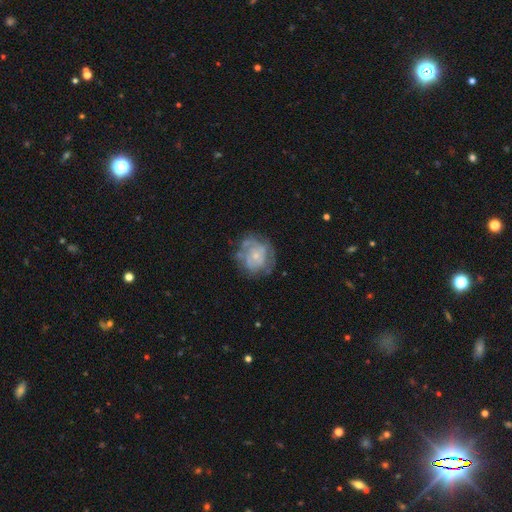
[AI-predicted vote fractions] A featured or disk galaxy (68%) with no bar (81%), spiral arms (63%) and a small central bulge (68%).

Vote fractions:
- Smooth or featured? featured or disk: 68% / smooth: 24% / star or artifact: 8%
- Edge-on disk? no: 98% / yes: 2%
- Bar? no: 81% / weak: 16% / strong: 3%
- Spiral arms? yes: 63% / no: 37%
- Bulge size? small: 68% / moderate: 23% / none: 7% / large: 2% / dominant: 1%
- Merging? none: 60% / minor disturbance: 22% / major disturbance: 15% / merger: 3%